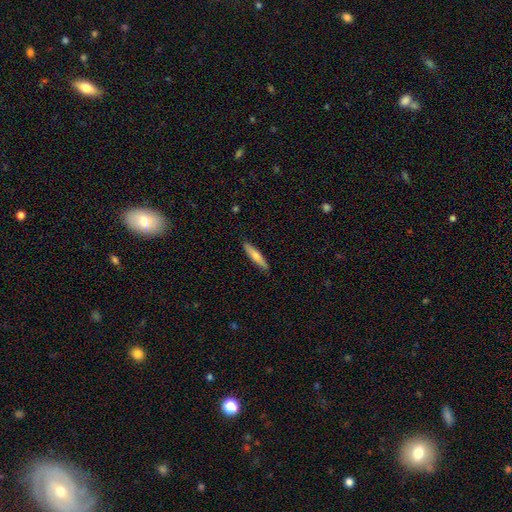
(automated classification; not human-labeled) This is likely a smooth galaxy (65%). How rounded: clearly cigar-shaped (86%). Merging: clearly none (90%).